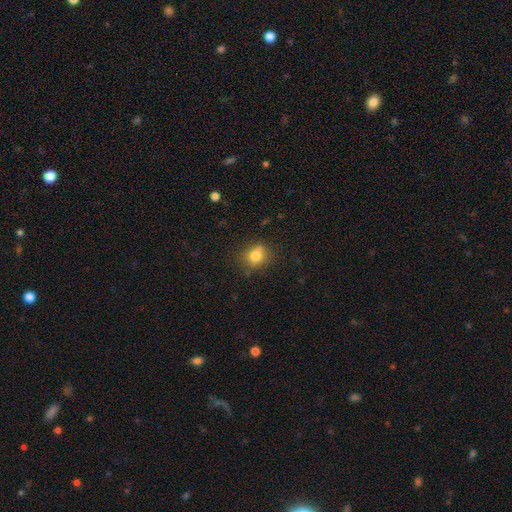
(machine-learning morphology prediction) Smooth or featured?
  - smooth: 78% *
  - star or artifact: 12%
  - featured or disk: 10%
How rounded?
  - round: 73% *
  - in between: 26%
  - cigar-shaped: 1%
Merging?
  - none: 72% *
  - minor disturbance: 17%
  - merger: 7%
  - major disturbance: 4%